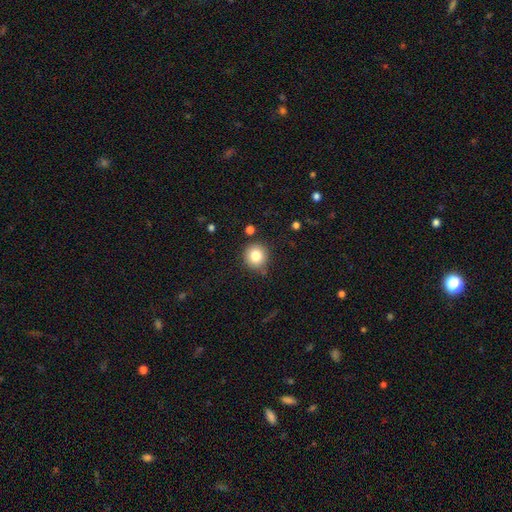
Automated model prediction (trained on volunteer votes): Smooth or featured? smooth (81%)
How rounded? round (93%)
Merging? none (84%)